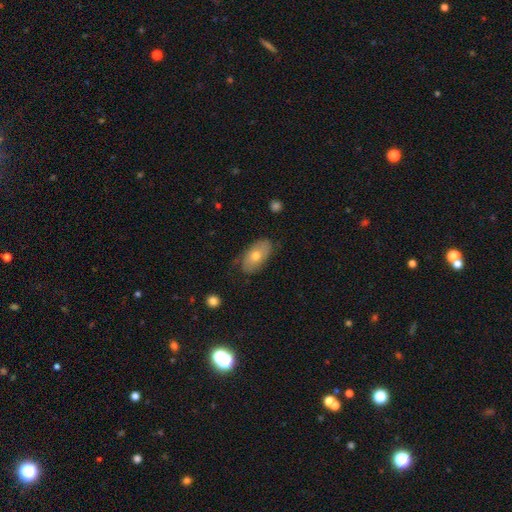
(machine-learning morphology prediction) Smooth or featured? smooth (63%)
How rounded? in between (93%)
Merging? none (76%)